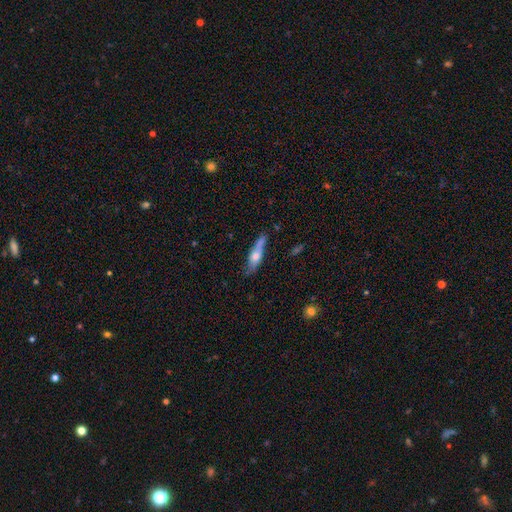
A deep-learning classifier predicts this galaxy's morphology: A smooth galaxy with no disk features (51%) that is cigar-shaped (68%).

Vote fractions:
- Smooth or featured? smooth: 51% / featured or disk: 42% / star or artifact: 7%
- How rounded? cigar-shaped: 68% / in between: 29% / round: 3%
- Merging? none: 58% / minor disturbance: 27% / major disturbance: 8% / merger: 7%